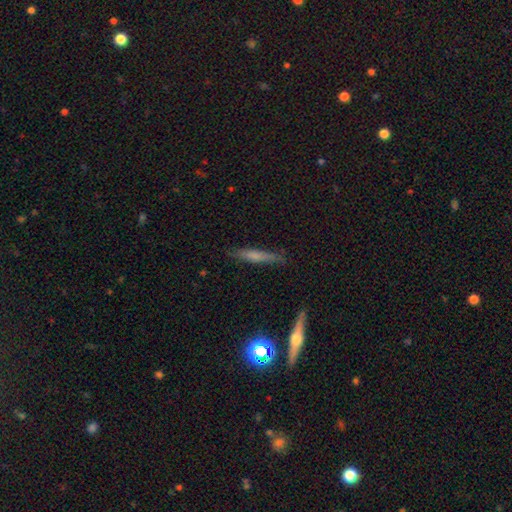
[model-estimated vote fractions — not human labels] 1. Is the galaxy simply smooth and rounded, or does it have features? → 56% smooth, 36% featured or disk, 8% star or artifact.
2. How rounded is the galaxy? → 92% cigar-shaped, 6% in between, 2% round.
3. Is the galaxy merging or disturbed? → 83% none, 13% minor disturbance, 3% major disturbance, 2% merger.